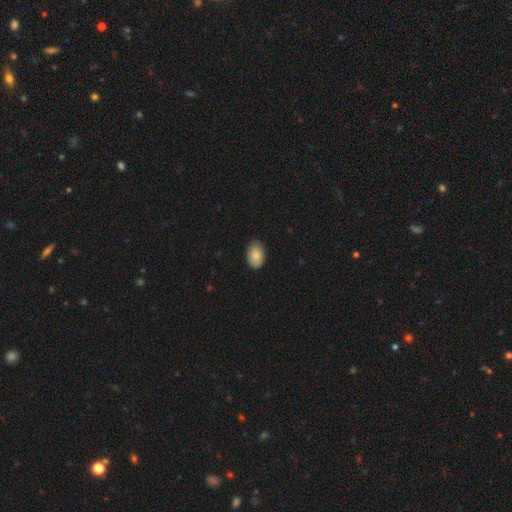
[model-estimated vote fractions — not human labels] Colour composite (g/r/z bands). It shows a smooth galaxy with no disk features (85%) that is in between round and cigar-shaped (87%). Merging: none (81%).